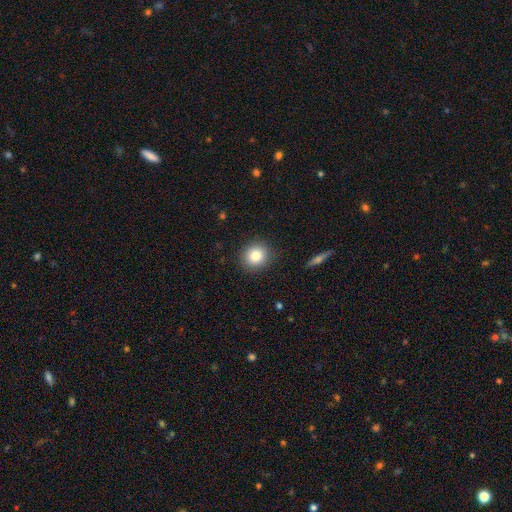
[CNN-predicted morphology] The model was most divided on "how rounded": round: 85%, in between: 14%, cigar-shaped: 1%. More confident: merging — none (89%); smooth or featured — smooth (83%).